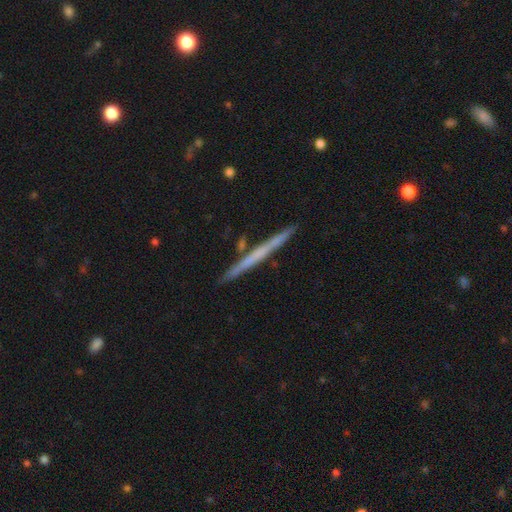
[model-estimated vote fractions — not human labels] Morphology: type=featured or disk (53%); edge-on=yes (97%); edge-on bulge=none (87%); merging=none (88%).